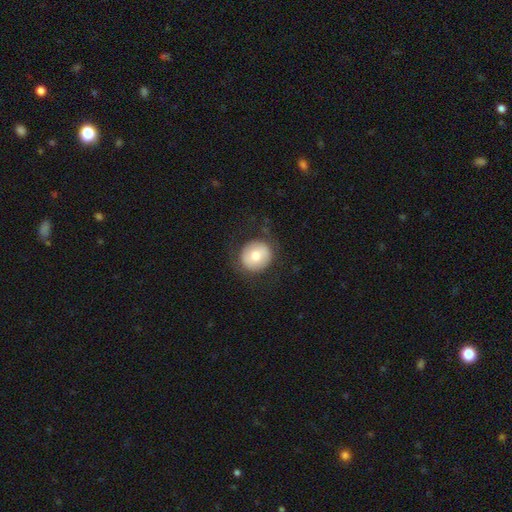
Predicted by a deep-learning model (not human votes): This appears to be a smooth galaxy with no disk features (72%) that is round (87%). Merging: none (79%).